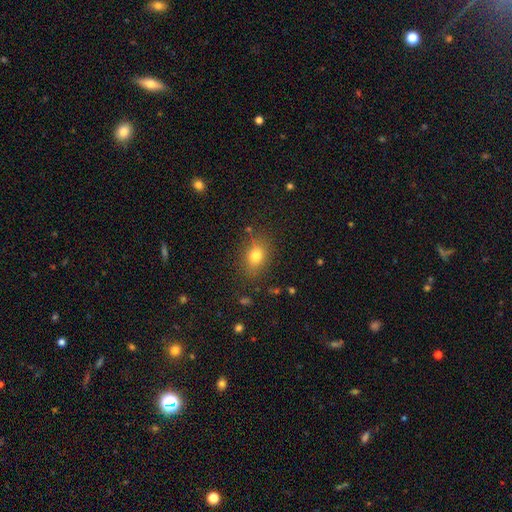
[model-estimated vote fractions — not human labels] Smooth or featured?
  - smooth: 76% *
  - star or artifact: 13%
  - featured or disk: 10%
How rounded?
  - in between: 62% *
  - round: 36%
  - cigar-shaped: 2%
Merging?
  - none: 81% *
  - minor disturbance: 13%
  - major disturbance: 4%
  - merger: 2%